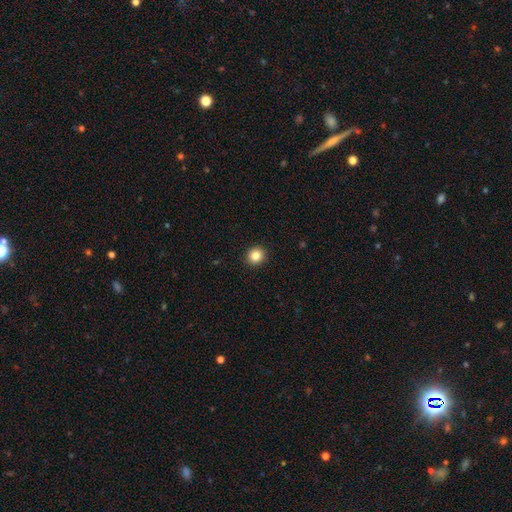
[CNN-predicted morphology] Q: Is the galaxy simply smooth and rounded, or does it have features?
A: smooth — 84%.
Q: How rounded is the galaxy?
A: round — 88%.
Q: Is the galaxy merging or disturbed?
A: none — 93%.